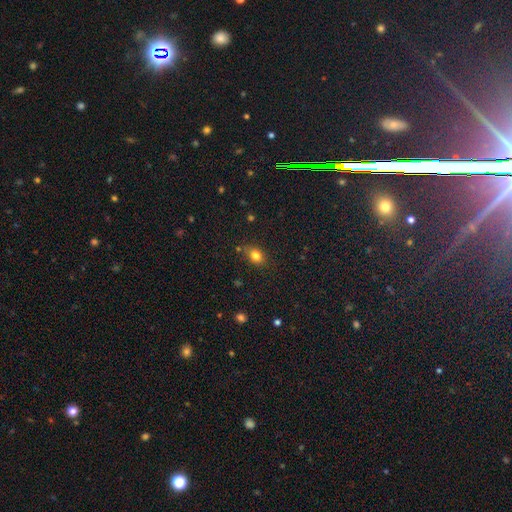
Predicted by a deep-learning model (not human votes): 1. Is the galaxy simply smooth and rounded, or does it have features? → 80% smooth, 12% star or artifact, 8% featured or disk.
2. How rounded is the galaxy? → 67% in between, 31% round, 2% cigar-shaped.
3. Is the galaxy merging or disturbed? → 76% none, 16% minor disturbance, 4% major disturbance, 4% merger.